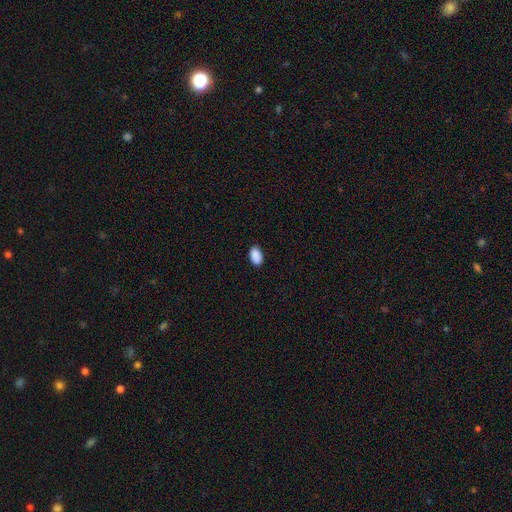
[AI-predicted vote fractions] Smooth or featured? smooth (90%)
How rounded? in between (93%)
Merging? none (88%)